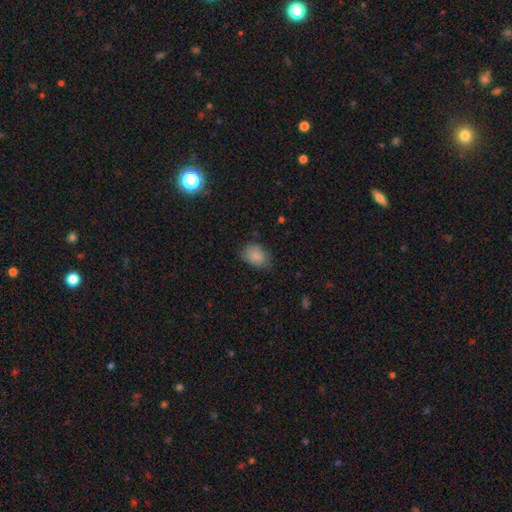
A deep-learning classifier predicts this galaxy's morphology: Smooth or featured: smooth — 86% (star or artifact — 8%)
How rounded: in between — 76% (round — 23%)
Merging: none — 71% (minor disturbance — 23%)